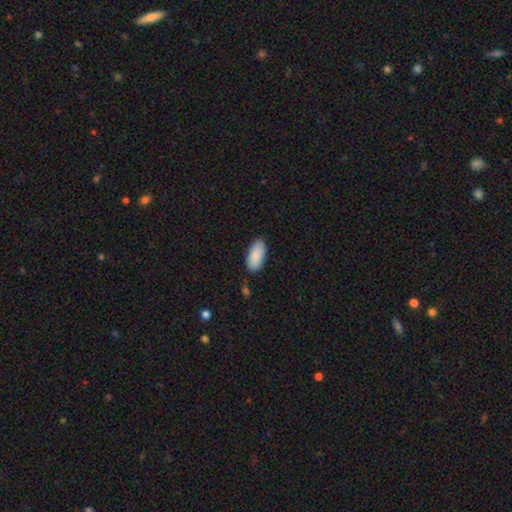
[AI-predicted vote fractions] Smooth or featured?
  - smooth: 89% *
  - star or artifact: 6%
  - featured or disk: 5%
How rounded?
  - in between: 93% *
  - cigar-shaped: 5%
  - round: 2%
Merging?
  - none: 84% *
  - minor disturbance: 12%
  - major disturbance: 2%
  - merger: 2%